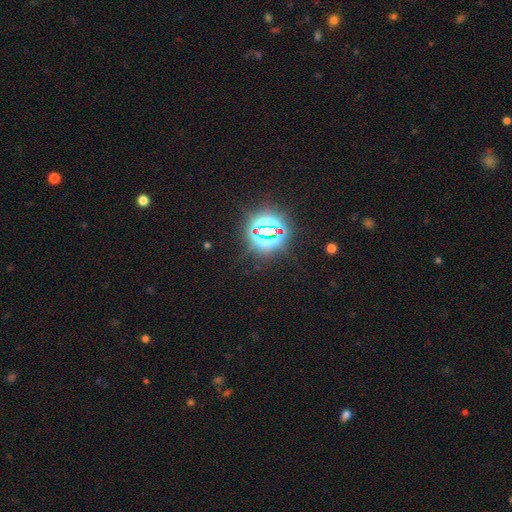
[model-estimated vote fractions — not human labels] Overall: star or artifact (84%).